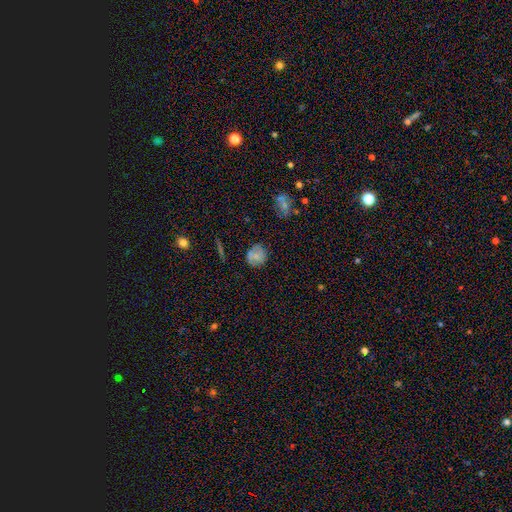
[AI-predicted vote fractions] smooth 67%, featured or disk 20%, star or artifact 13%. Down the decision tree: how rounded — round (78%); merging — none (75%).